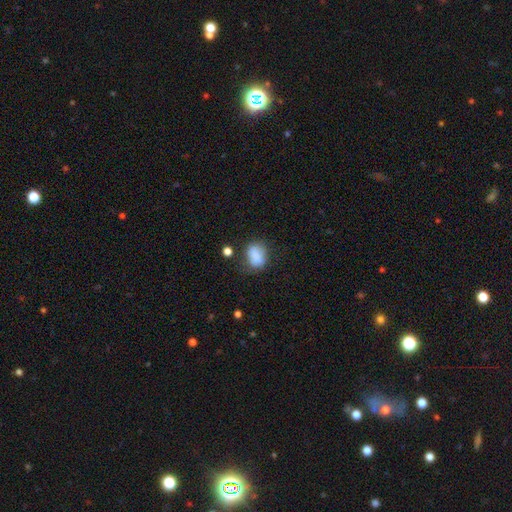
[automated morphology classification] A smooth galaxy with no disk features (83%) that is in between round and cigar-shaped (67%). Merging: none (61%).